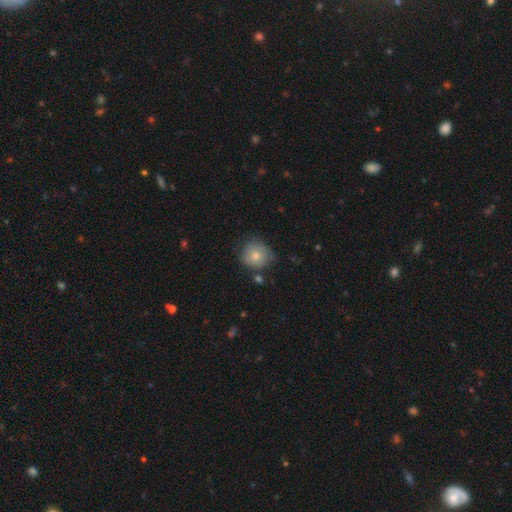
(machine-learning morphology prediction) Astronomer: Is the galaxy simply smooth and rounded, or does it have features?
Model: smooth — 77%.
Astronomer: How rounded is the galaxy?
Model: round — 83%.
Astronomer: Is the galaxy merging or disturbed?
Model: none — 67%.